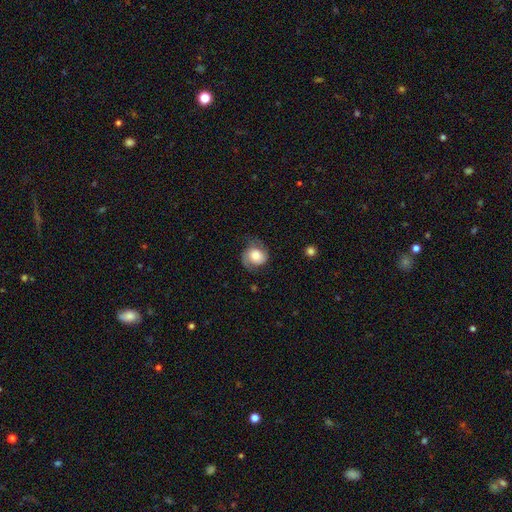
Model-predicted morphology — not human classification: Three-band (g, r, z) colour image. It shows a smooth galaxy with no disk features (49%). Merging: none (60%).